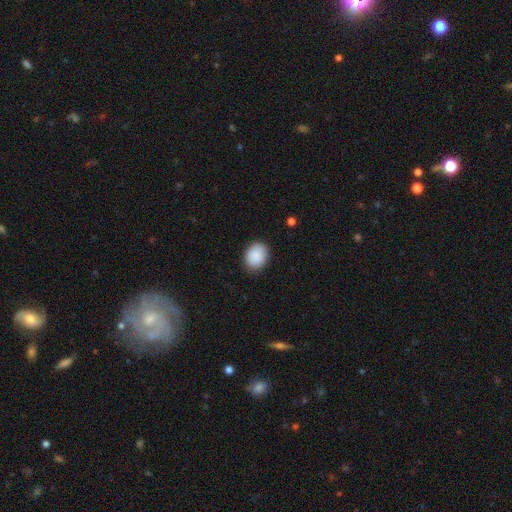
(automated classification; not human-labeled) Smooth or featured: smooth — 90% (star or artifact — 7%)
How rounded: in between — 53% (round — 46%)
Merging: none — 85% (minor disturbance — 11%)